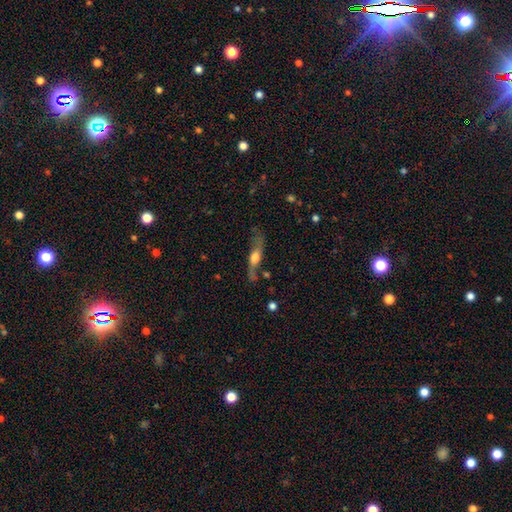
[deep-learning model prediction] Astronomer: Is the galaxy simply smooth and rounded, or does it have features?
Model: featured or disk — 70%.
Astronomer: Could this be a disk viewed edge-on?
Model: yes — 60% (runner-up: no, 40%).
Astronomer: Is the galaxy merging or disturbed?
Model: none — 70%.